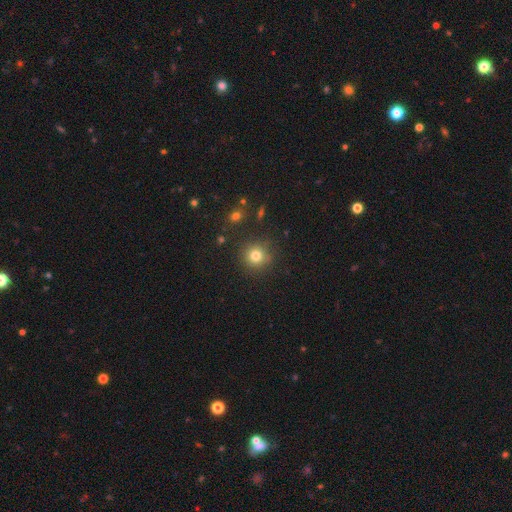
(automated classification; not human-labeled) Morphology: type=smooth (79%); roundness=round (93%); merging=none (86%).